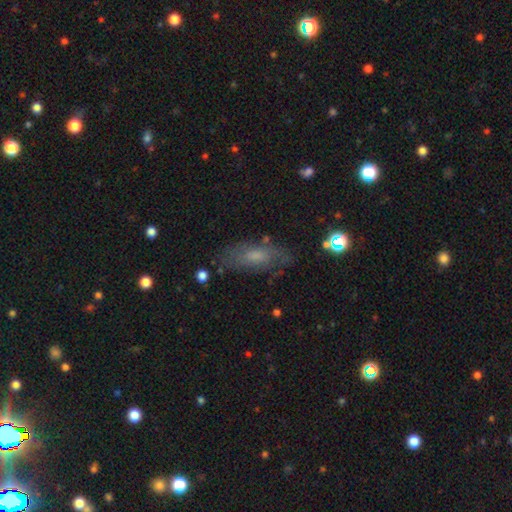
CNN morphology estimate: Smooth or featured? smooth (50%)
How rounded? in between (76%)
Merging? none (69%)